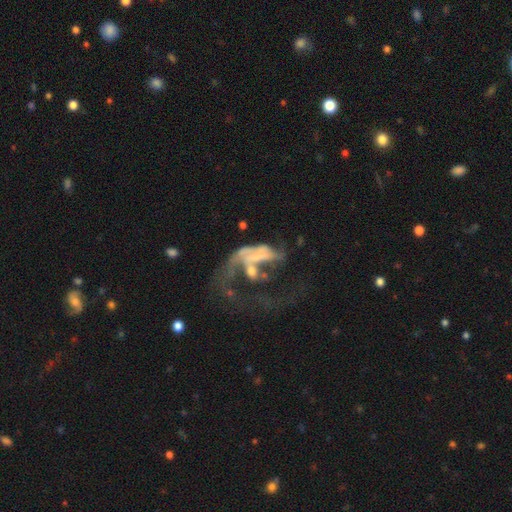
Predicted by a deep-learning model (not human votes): Smooth or featured?
  - featured or disk: 72% *
  - smooth: 17%
  - star or artifact: 11%
Edge-on disk?
  - no: 95% *
  - yes: 5%
Bar?
  - no: 61% *
  - weak: 25%
  - strong: 13%
Spiral arms?
  - yes: 61% *
  - no: 39%
Bulge size?
  - small: 37% *
  - none: 31%
  - moderate: 24%
  - large: 5%
  - dominant: 2%
Merging?
  - major disturbance: 42% *
  - merger: 40%
  - none: 12%
  - minor disturbance: 7%